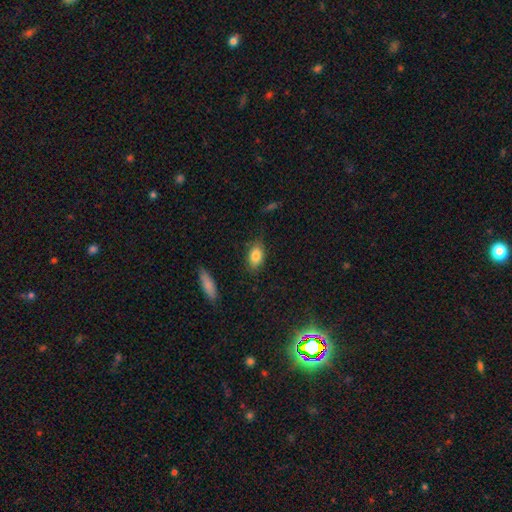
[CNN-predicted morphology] The model was most divided on "merging": none: 80%, minor disturbance: 15%, major disturbance: 3%, merger: 2%. More confident: how rounded — in between (86%); smooth or featured — smooth (83%).